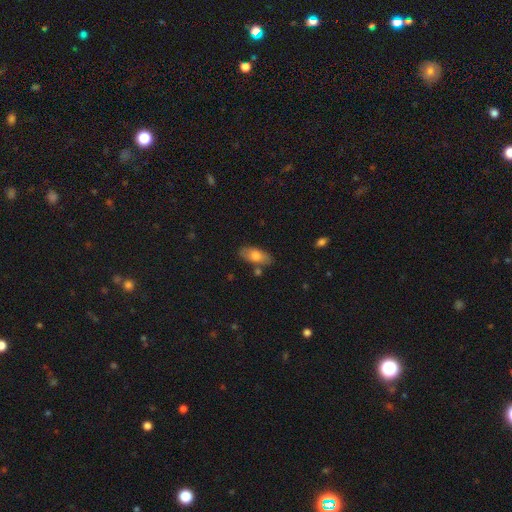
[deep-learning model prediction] Smooth or featured? Predicted: smooth (p=0.73). How rounded? Predicted: in between (p=0.87). Merging? Predicted: none (p=0.78).